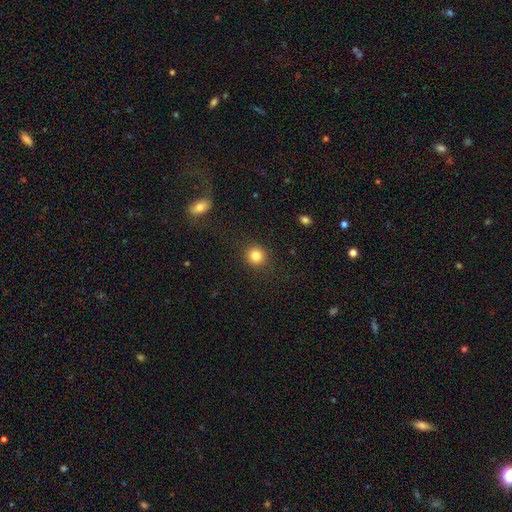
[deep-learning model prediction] A smooth galaxy with no disk features (83%) that is round (89%).

Vote fractions:
- Smooth or featured? smooth: 83% / star or artifact: 11% / featured or disk: 6%
- How rounded? round: 89% / in between: 10% / cigar-shaped: 1%
- Merging? none: 89% / minor disturbance: 6% / major disturbance: 3% / merger: 1%